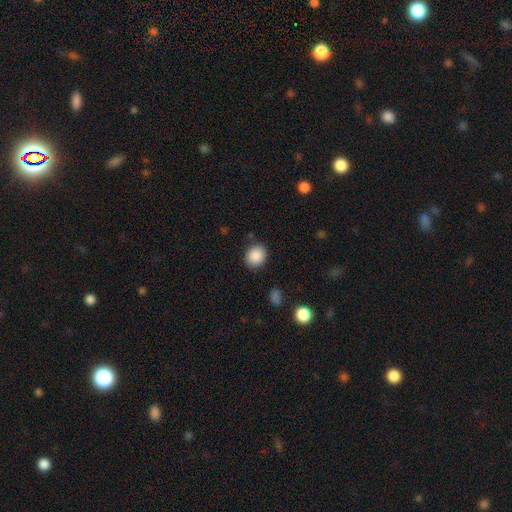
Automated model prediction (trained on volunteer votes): This appears to be a smooth galaxy with no disk features (88%) that is round (77%). Merging: none (85%).